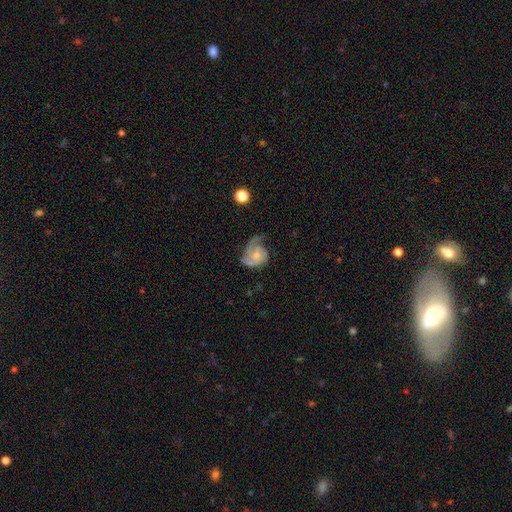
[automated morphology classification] type=featured or disk (73%); edge-on=no (98%); bar=no (72%); spiral arms=yes (92%); winding=medium (44%); arm count=2 (52%); bulge=small (53%); merging=none (41%).